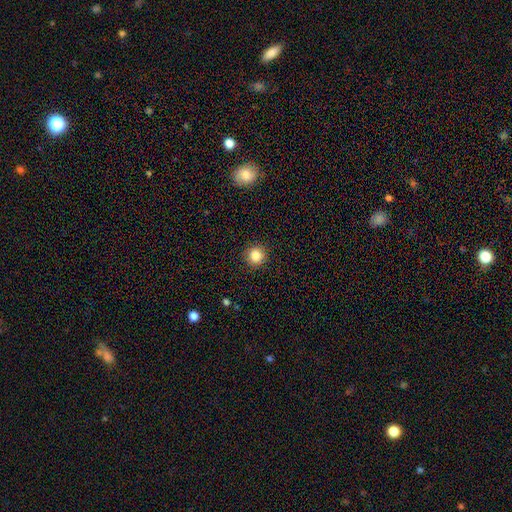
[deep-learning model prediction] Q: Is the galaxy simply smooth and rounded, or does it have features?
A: smooth — 83%.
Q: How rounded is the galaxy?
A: round — 93%.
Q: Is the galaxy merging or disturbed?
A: none — 92%.